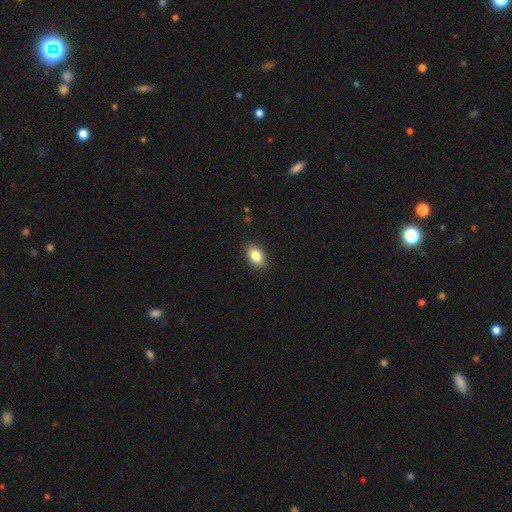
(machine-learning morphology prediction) smooth_or_featured: smooth (p=0.84) [alt: featured or disk p=0.08]
how_rounded: in between (p=0.89) [alt: round p=0.08]
merging: none (p=0.89) [alt: minor disturbance p=0.08]